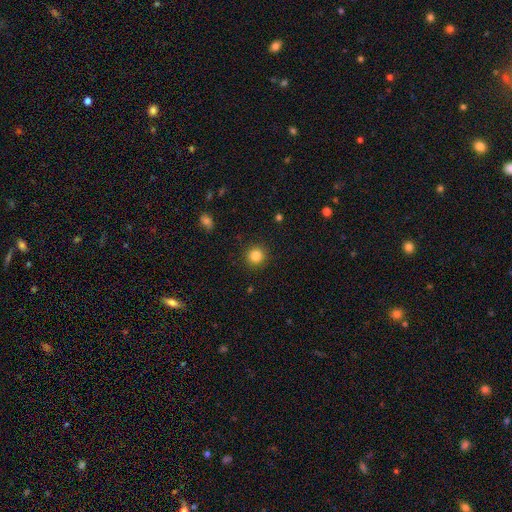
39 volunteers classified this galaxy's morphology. Volunteers were most divided on "smooth or featured": smooth: 92%, featured or disk: 5%, star or artifact: 3%. More confident: merging — none (97%); how rounded — round (94%).